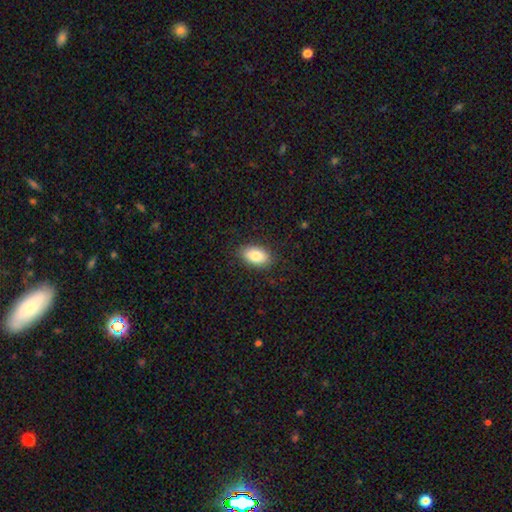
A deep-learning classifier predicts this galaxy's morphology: A smooth galaxy with no disk features (86%) that is in between round and cigar-shaped (92%). Merging: none (87%).